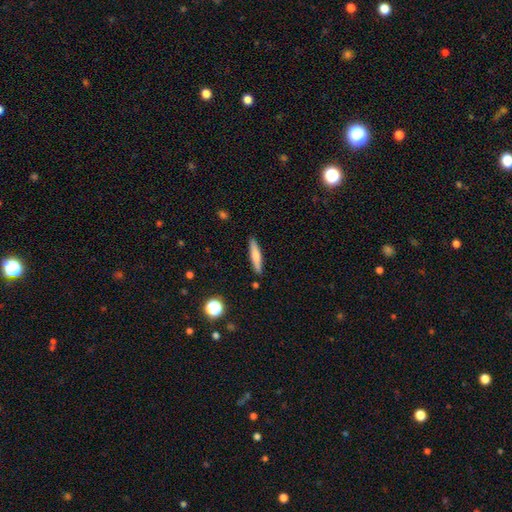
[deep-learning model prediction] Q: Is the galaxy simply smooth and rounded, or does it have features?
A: smooth — 70%.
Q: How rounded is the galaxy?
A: cigar-shaped — 86%.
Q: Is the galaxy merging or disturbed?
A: none — 89%.